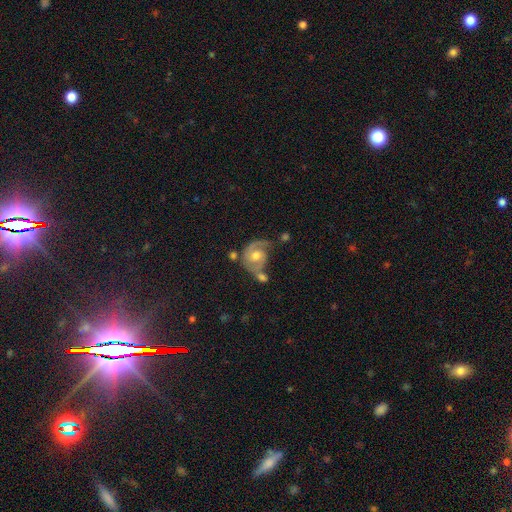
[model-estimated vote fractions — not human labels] Smooth or featured? featured or disk (76%)
Edge-on disk? no (97%)
Bar? no (69%)
Spiral arms? yes (89%)
Spiral winding? tight (46%)
Spiral arm count? 2 (50%)
Bulge size? moderate (73%)
Merging? none (38%)